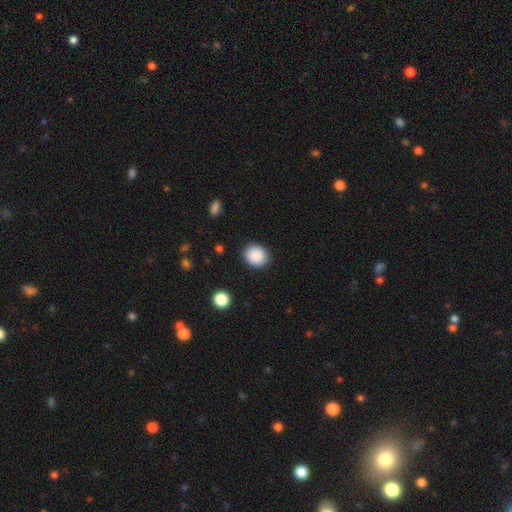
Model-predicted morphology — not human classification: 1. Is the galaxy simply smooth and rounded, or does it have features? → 88% smooth, 8% star or artifact, 4% featured or disk.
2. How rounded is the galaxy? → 64% round, 35% in between, 1% cigar-shaped.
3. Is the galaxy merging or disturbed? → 89% none, 8% minor disturbance, 2% major disturbance, 1% merger.